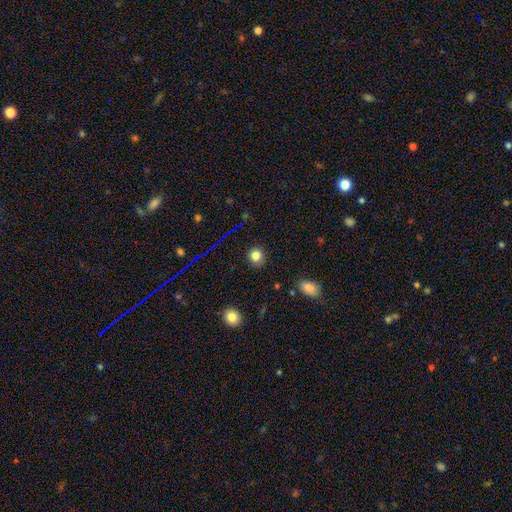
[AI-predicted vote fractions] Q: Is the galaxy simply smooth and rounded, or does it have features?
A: smooth — 82%.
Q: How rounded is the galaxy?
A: round — 84%.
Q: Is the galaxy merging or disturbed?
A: none — 88%.